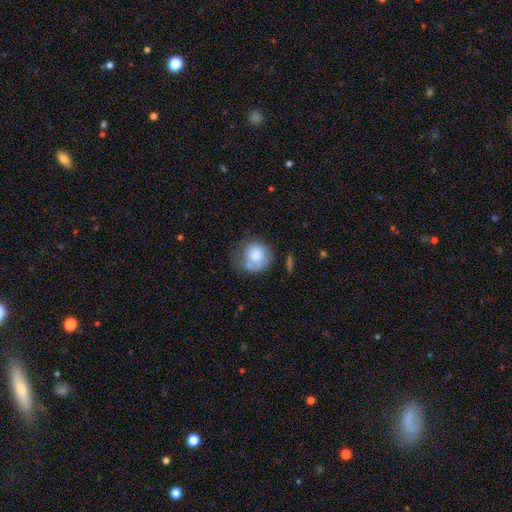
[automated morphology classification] smooth-or-featured: smooth: 73% | featured or disk: 19% | star or artifact: 7%
  how-rounded: round: 81% | in between: 18% | cigar-shaped: 1%
  merging: none: 44% | minor disturbance: 27% | major disturbance: 18% | merger: 11%